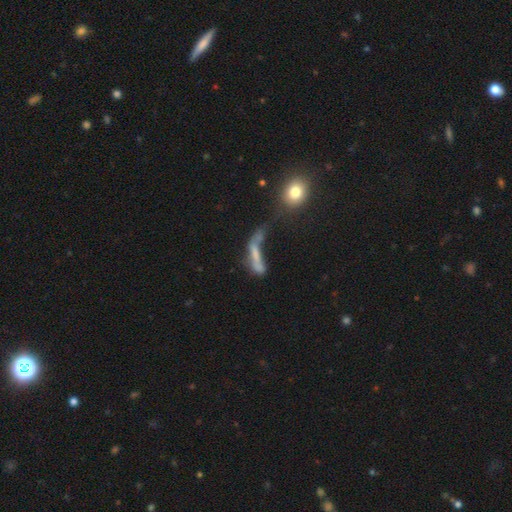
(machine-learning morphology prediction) Overall: smooth (48%; featured or disk 38%). Merging: major disturbance (36%; merger 31%).